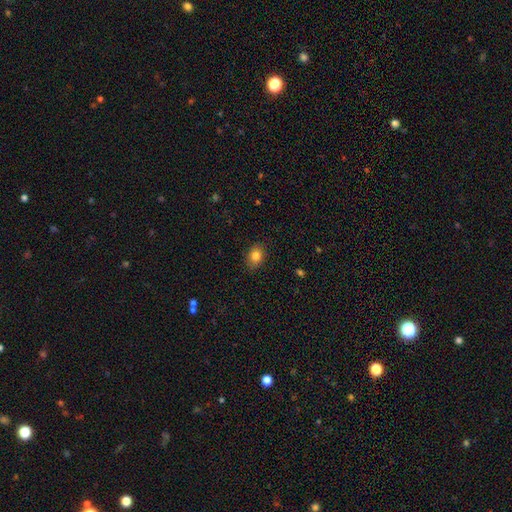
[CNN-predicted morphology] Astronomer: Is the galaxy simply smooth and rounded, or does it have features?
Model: smooth — 83%.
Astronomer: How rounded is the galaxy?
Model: in between — 66%.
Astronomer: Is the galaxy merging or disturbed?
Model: none — 86%.